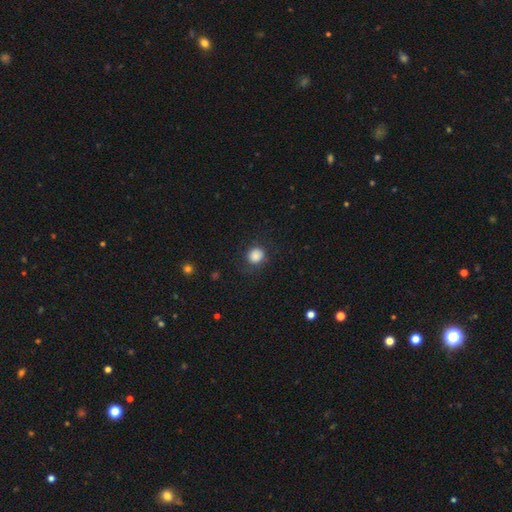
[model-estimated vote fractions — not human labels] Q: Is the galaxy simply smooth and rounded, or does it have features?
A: smooth — 84%.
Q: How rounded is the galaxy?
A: round — 86%.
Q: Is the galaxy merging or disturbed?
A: none — 73%.